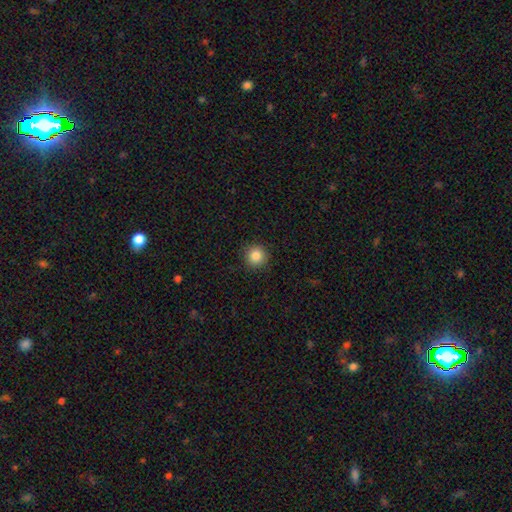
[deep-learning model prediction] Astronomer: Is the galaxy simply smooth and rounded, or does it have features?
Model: smooth — 85%.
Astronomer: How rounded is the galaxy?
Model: round — 94%.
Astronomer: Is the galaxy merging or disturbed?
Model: none — 91%.